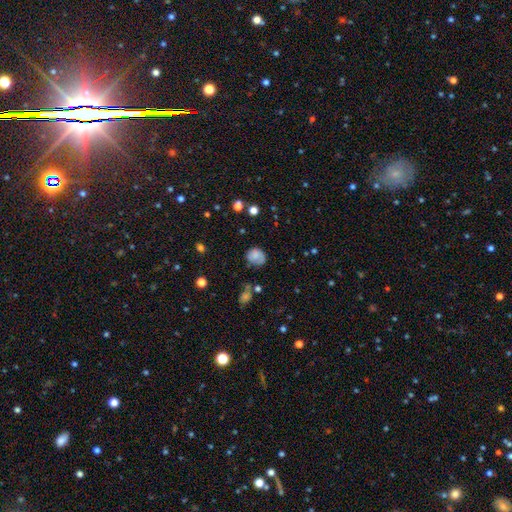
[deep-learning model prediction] Smooth or featured? Predicted: smooth (p=0.69). How rounded? Predicted: round (p=0.70). Merging? Predicted: none (p=0.56).